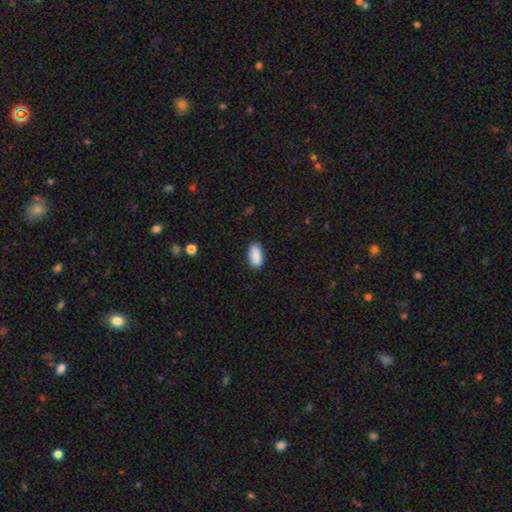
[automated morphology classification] The model was most divided on "merging": none: 87%, minor disturbance: 10%, major disturbance: 2%, merger: 1%. More confident: how rounded — in between (92%); smooth or featured — smooth (90%).